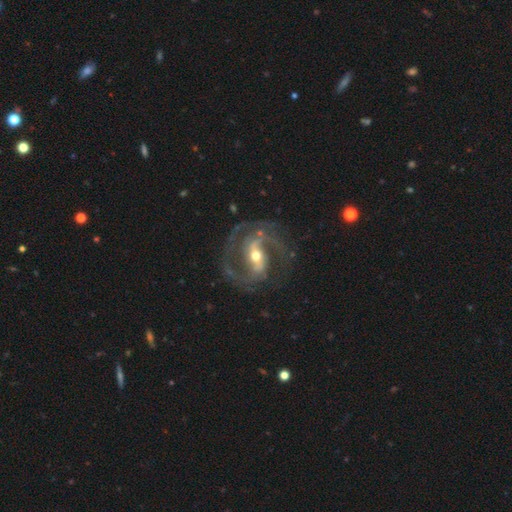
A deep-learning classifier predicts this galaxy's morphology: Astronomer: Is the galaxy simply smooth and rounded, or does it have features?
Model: featured or disk — 90%.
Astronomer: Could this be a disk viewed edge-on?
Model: no — 96%.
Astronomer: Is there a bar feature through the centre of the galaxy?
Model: strong — 57%.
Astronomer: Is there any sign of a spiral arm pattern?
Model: yes — 96%.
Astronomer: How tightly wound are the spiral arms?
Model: medium — 59%.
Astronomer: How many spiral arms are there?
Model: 2 — 86%.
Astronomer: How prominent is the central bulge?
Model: moderate — 60%.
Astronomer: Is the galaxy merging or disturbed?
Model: none — 75%.